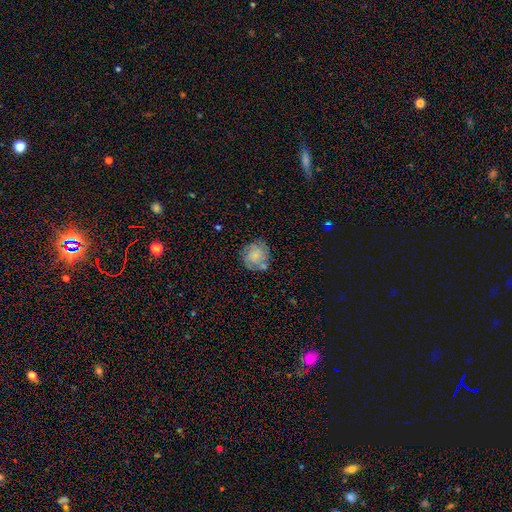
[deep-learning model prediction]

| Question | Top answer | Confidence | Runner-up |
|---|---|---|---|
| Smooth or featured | smooth | 63% | featured or disk (28%) |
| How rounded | round | 86% | in between (13%) |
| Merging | none | 69% | minor disturbance (19%) |